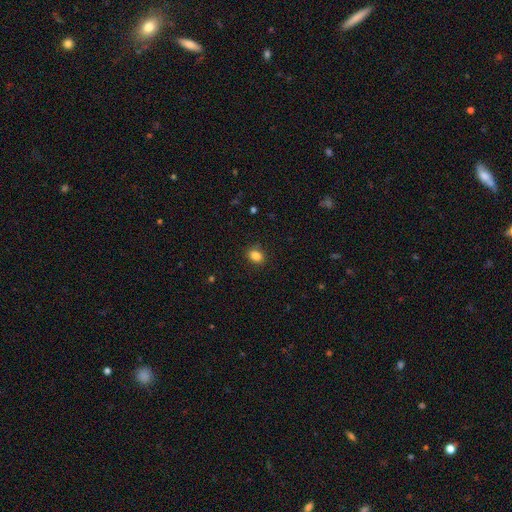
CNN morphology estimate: Smooth or featured? Predicted: smooth (p=0.85). How rounded? Predicted: in between (p=0.69). Merging? Predicted: none (p=0.86).